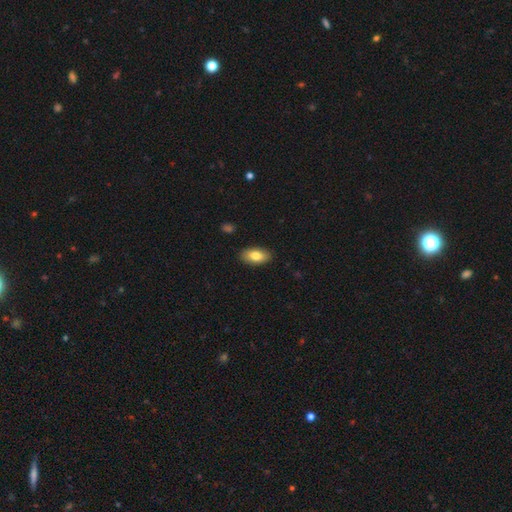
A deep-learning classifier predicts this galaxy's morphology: Q: Smooth or featured?
A: smooth (81%); runner-up: featured or disk (12%)
Q: How rounded?
A: in between (92%); runner-up: cigar-shaped (4%)
Q: Merging?
A: none (88%); runner-up: minor disturbance (9%)